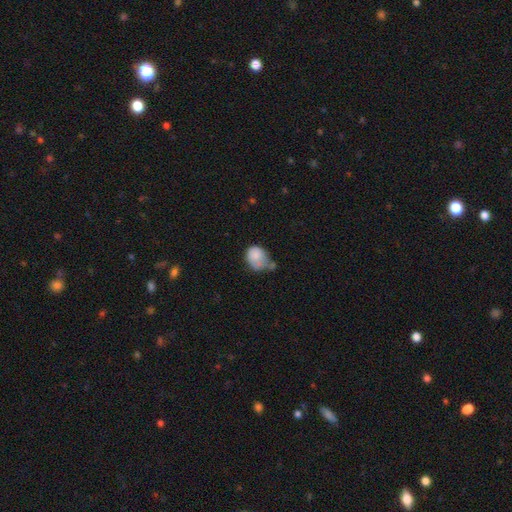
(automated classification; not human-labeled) A smooth galaxy with no disk features (81%) that is round (56%).

Vote fractions:
- Smooth or featured? smooth: 81% / featured or disk: 11% / star or artifact: 8%
- How rounded? round: 56% / in between: 43% / cigar-shaped: 1%
- Merging? minor disturbance: 34% / none: 28% / major disturbance: 20% / merger: 18%